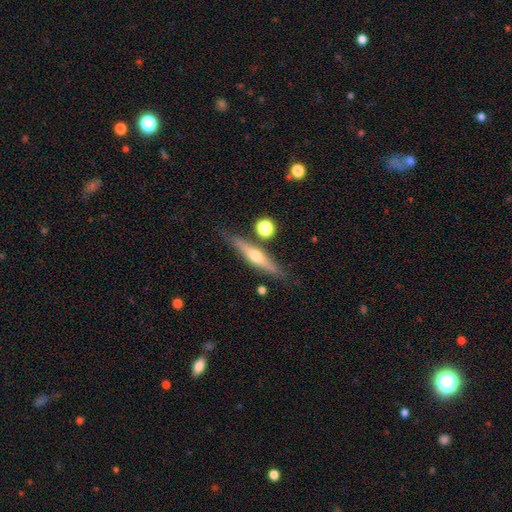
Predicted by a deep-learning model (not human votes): A featured or disk galaxy (61%) viewed edge-on (94%) with a rounded central bulge (90%).

Vote fractions:
- Smooth or featured? featured or disk: 61% / smooth: 32% / star or artifact: 7%
- Edge-on disk? yes: 94% / no: 6%
- Edge-on bulge? rounded: 90% / none: 7% / boxy: 3%
- Merging? none: 81% / minor disturbance: 11% / merger: 5% / major disturbance: 3%